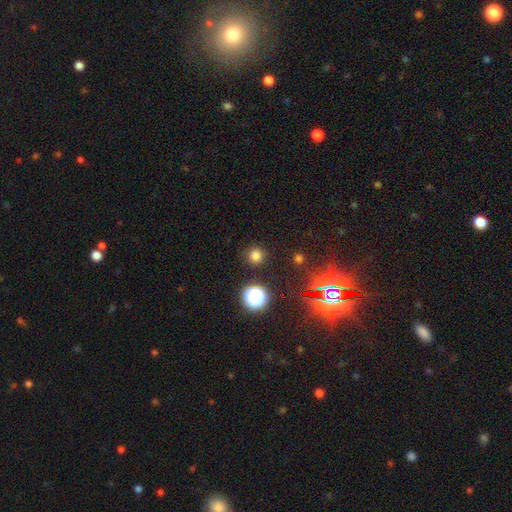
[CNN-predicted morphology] A smooth galaxy with no disk features (75%) that is round (95%). Merging: none (90%).